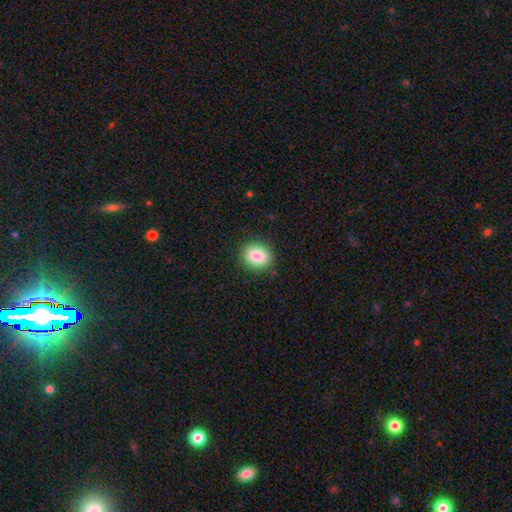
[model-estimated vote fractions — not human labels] Smooth or featured? smooth (85%)
How rounded? round (59%)
Merging? none (88%)